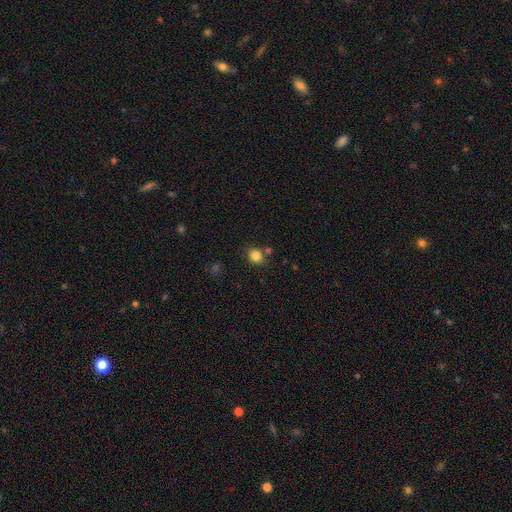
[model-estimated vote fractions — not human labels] Smooth or featured? smooth (84%)
How rounded? round (78%)
Merging? none (72%)